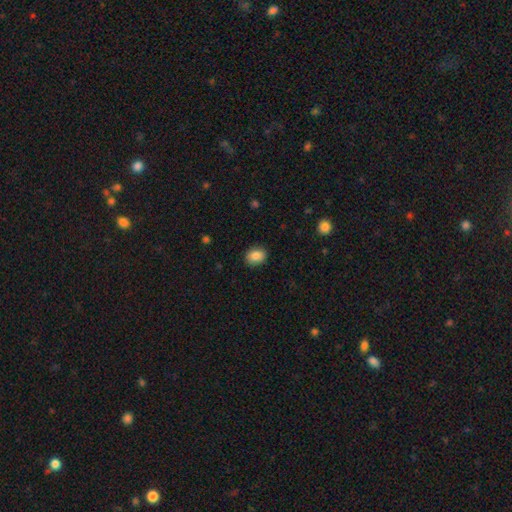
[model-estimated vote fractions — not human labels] This appears to be a smooth galaxy with no disk features (86%) that is in between round and cigar-shaped (57%). Merging: none (88%).